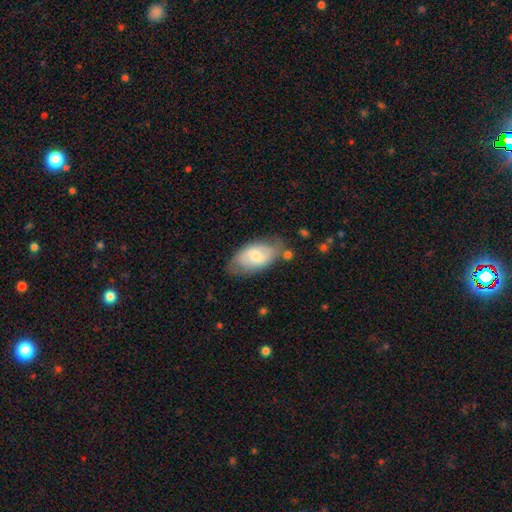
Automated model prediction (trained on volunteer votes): This is possibly a smooth galaxy (60%). How rounded: clearly in between (93%). Merging: likely none (62%).